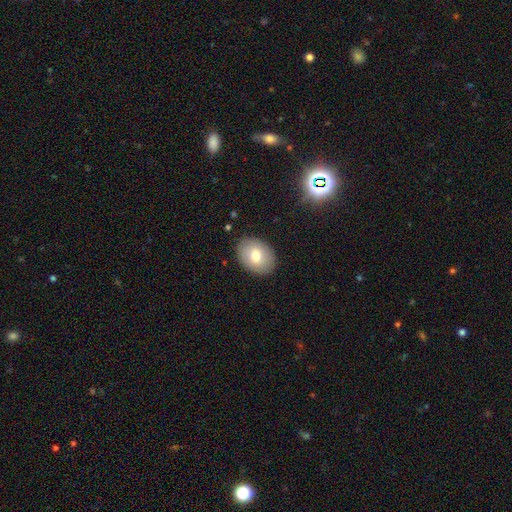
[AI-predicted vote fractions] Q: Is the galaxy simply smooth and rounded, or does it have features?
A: smooth — 75%.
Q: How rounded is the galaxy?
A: in between — 70%.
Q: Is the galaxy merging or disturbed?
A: none — 88%.